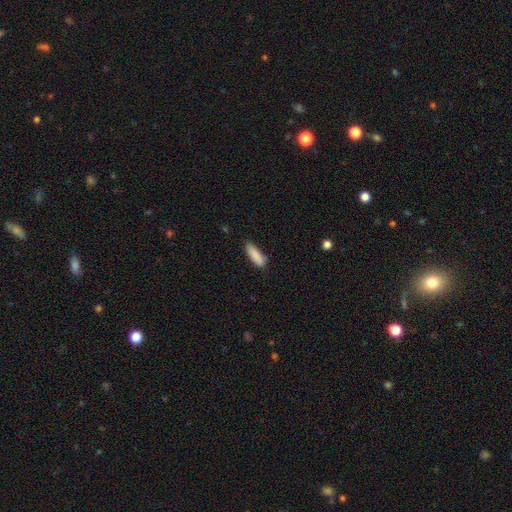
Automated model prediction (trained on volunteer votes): This appears to be a smooth galaxy with no disk features (87%) that is in between round and cigar-shaped (51%). Merging: none (76%).